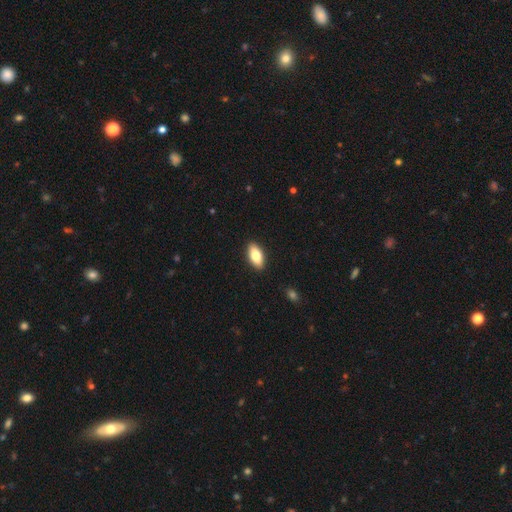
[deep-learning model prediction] smooth_or_featured: smooth (p=0.79) [alt: featured or disk p=0.15]
how_rounded: in between (p=0.89) [alt: cigar-shaped p=0.08]
merging: none (p=0.90) [alt: minor disturbance p=0.07]